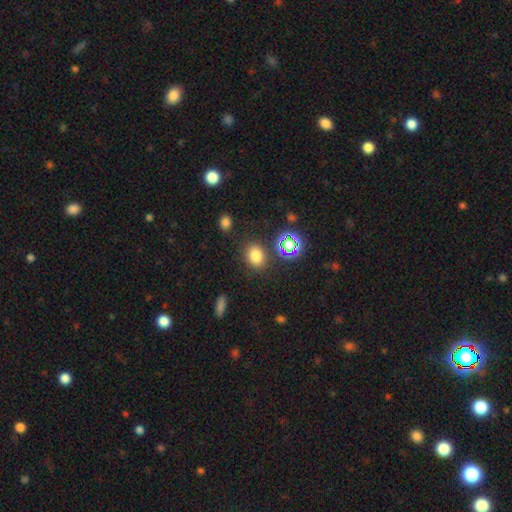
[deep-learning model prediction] Smooth or featured? Predicted: smooth (p=0.75). How rounded? Predicted: in between (p=0.51). Merging? Predicted: none (p=0.81).